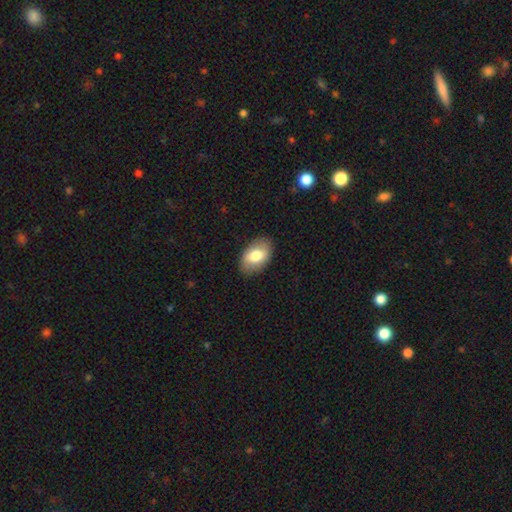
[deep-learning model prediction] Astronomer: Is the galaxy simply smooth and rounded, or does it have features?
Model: smooth — 74%.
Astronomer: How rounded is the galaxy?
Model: in between — 90%.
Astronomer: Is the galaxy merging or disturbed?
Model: none — 85%.